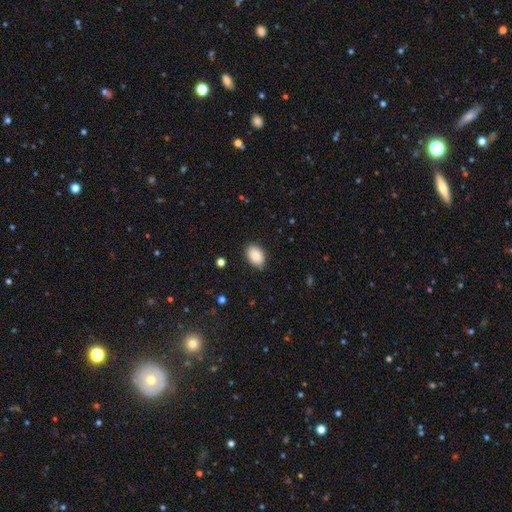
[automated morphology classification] This appears to be a smooth galaxy with no disk features (87%) that is in between round and cigar-shaped (86%). Merging: none (86%).